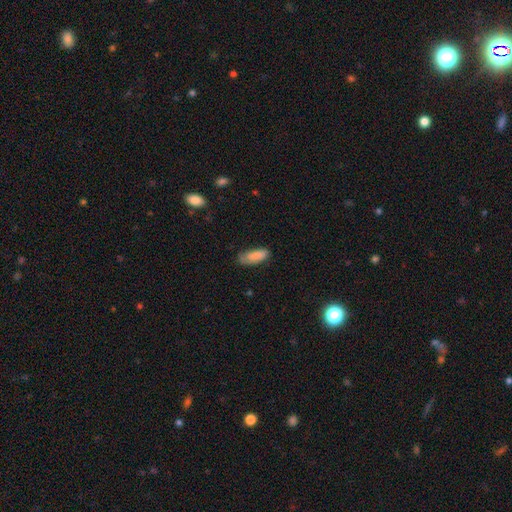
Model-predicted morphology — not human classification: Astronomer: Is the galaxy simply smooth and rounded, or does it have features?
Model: smooth — 81%.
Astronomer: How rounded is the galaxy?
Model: in between — 76%.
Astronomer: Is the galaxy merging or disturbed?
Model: none — 54% (runner-up: minor disturbance, 33%).